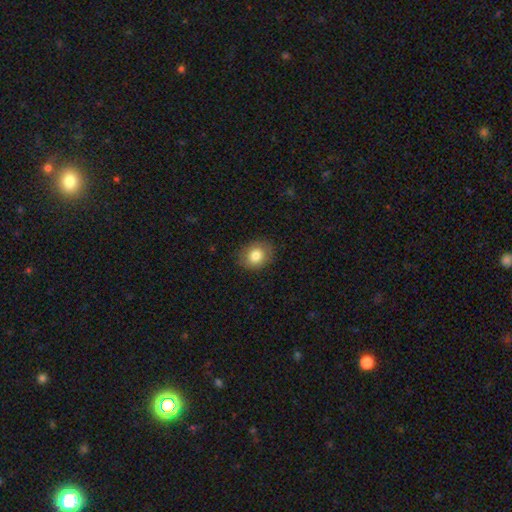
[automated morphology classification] This is clearly a smooth galaxy (82%). How rounded: possibly round (53%). Merging: clearly none (84%).